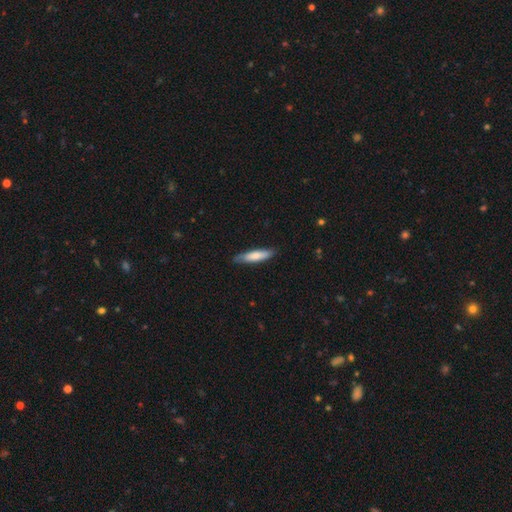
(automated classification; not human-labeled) Q: Smooth or featured?
A: smooth (73%); runner-up: featured or disk (22%)
Q: How rounded?
A: cigar-shaped (77%); runner-up: in between (21%)
Q: Merging?
A: none (82%); runner-up: minor disturbance (15%)